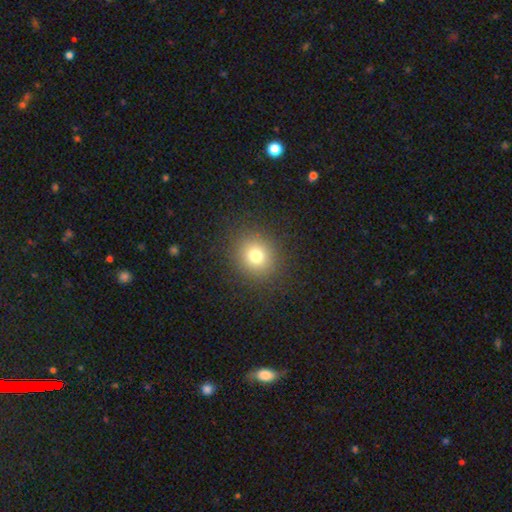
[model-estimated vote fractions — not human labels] smooth 76%, star or artifact 15%, featured or disk 9%. Down the decision tree: how rounded — round (86%); merging — none (89%).